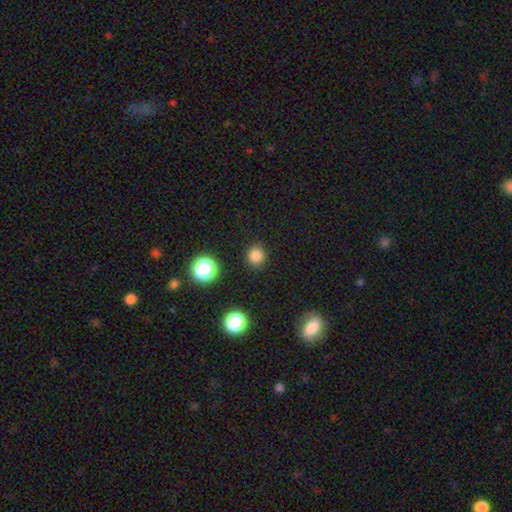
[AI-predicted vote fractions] The model was most divided on "smooth or featured": smooth: 81%, star or artifact: 15%, featured or disk: 4%. More confident: merging — none (90%); how rounded — round (89%).